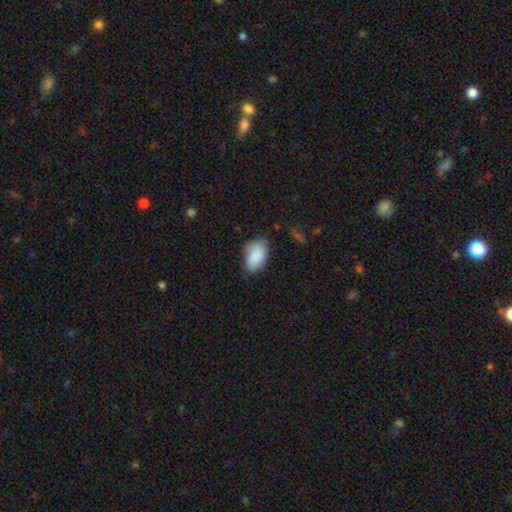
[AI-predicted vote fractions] Smooth or featured? smooth (87%)
How rounded? in between (91%)
Merging? none (63%)